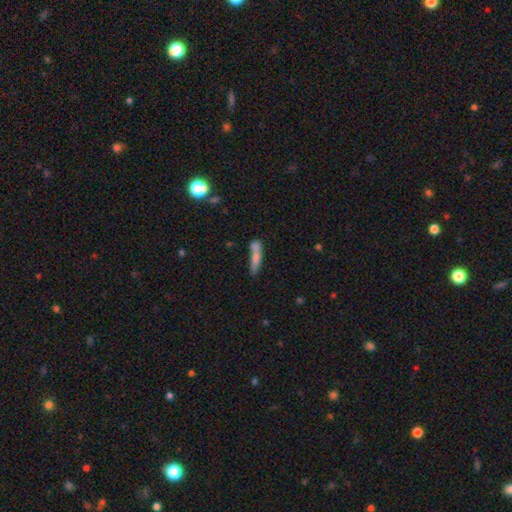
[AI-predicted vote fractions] smooth-or-featured: smooth: 70% | featured or disk: 21% | star or artifact: 8%
  how-rounded: cigar-shaped: 80% | in between: 17% | round: 2%
  merging: none: 47% | merger: 25% | minor disturbance: 20% | major disturbance: 9%